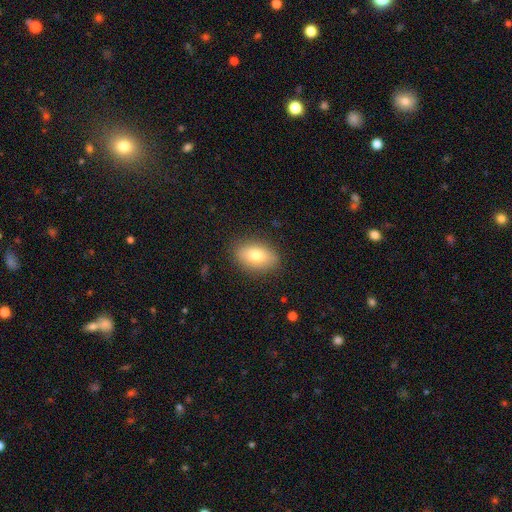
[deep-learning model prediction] This appears to be a smooth galaxy with no disk features (78%) that is in between round and cigar-shaped (88%). Merging: none (85%).